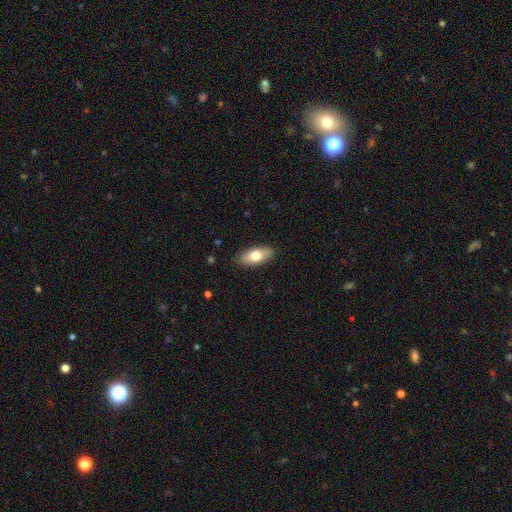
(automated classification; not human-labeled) Smooth or featured: smooth — 75% (featured or disk — 19%)
How rounded: in between — 85% (cigar-shaped — 12%)
Merging: none — 89% (minor disturbance — 8%)